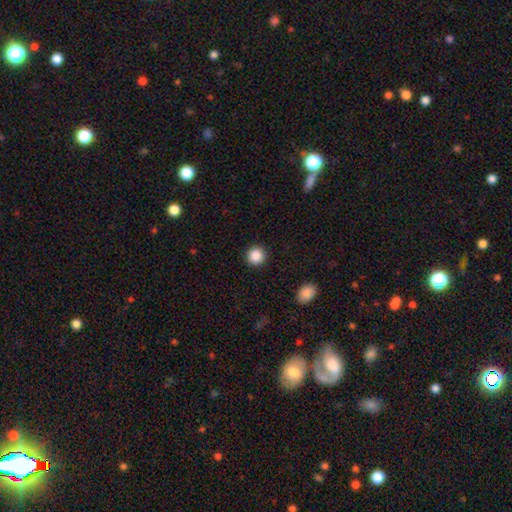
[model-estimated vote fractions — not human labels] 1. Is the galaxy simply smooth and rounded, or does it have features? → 88% smooth, 10% star or artifact, 3% featured or disk.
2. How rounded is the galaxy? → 95% round, 4% in between, 1% cigar-shaped.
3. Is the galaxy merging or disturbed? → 92% none, 5% minor disturbance, 2% major disturbance, 1% merger.